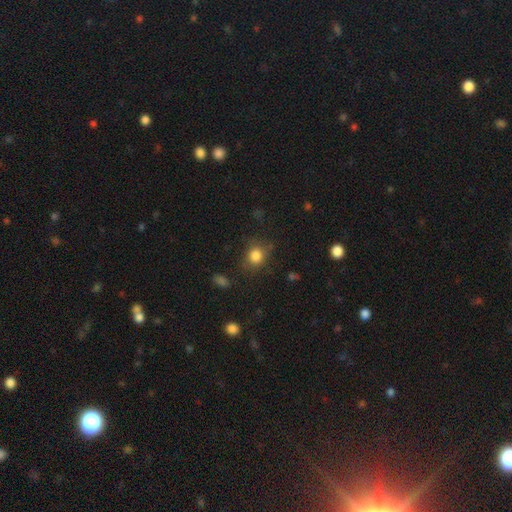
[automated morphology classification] This is clearly a smooth galaxy (82%). How rounded: likely round (69%). Merging: likely none (73%).